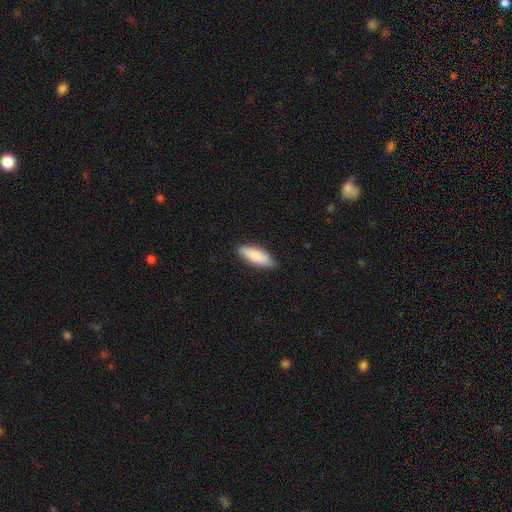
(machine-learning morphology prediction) A smooth galaxy with no disk features (87%) that is in between round and cigar-shaped (60%).

Vote fractions:
- Smooth or featured? smooth: 87% / featured or disk: 7% / star or artifact: 5%
- How rounded? in between: 60% / cigar-shaped: 38% / round: 2%
- Merging? none: 85% / minor disturbance: 12% / major disturbance: 2% / merger: 1%